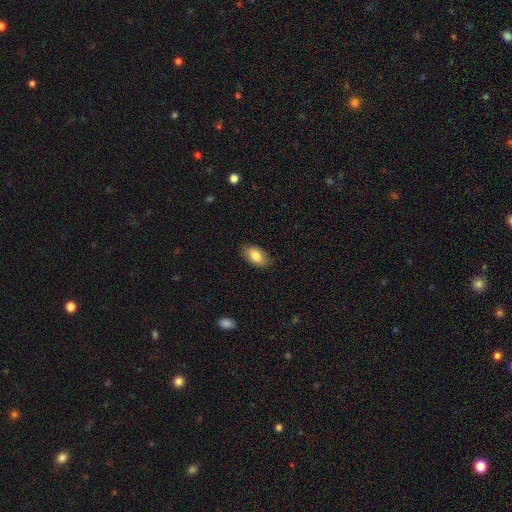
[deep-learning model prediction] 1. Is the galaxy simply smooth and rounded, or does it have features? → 83% smooth, 11% featured or disk, 7% star or artifact.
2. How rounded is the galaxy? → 93% in between, 5% round, 2% cigar-shaped.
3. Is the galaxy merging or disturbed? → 86% none, 11% minor disturbance, 2% major disturbance, 1% merger.